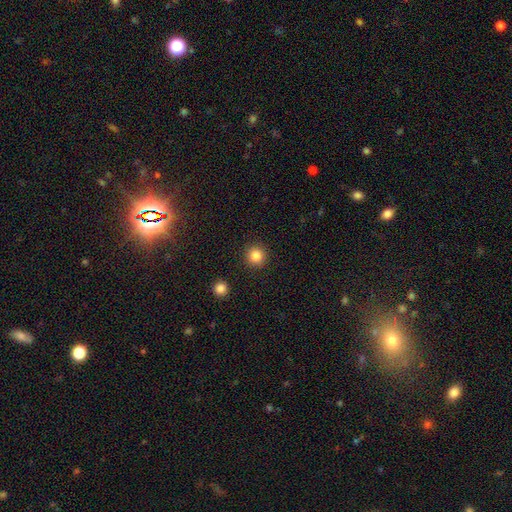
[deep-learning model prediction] smooth 84%, star or artifact 11%, featured or disk 5%. Down the decision tree: how rounded — round (95%); merging — none (92%).